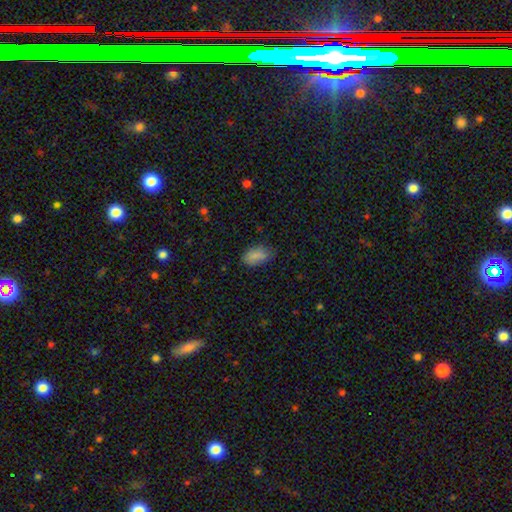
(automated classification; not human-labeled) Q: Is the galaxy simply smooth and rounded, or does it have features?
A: smooth — 85%.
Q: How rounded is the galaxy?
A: in between — 92%.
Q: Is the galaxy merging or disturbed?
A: none — 70%.